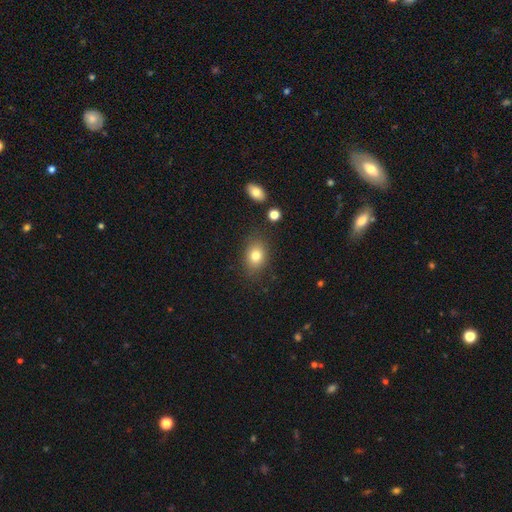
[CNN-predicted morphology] Overall: smooth (79%). How rounded: in between (64%; round 35%). Merging: none (82%).